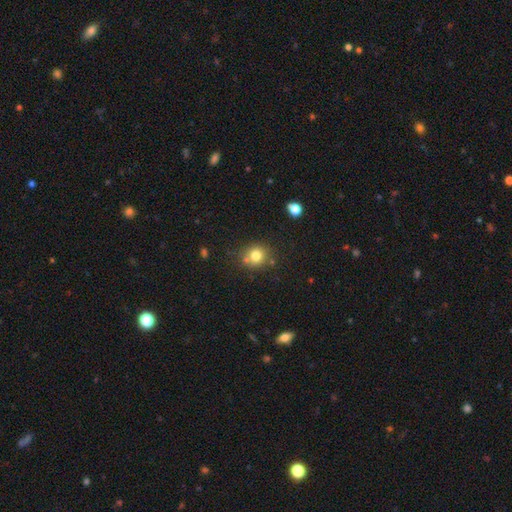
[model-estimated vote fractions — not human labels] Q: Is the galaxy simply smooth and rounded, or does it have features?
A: smooth — 78%.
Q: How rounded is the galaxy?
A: round — 80%.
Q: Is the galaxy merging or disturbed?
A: none — 70%.